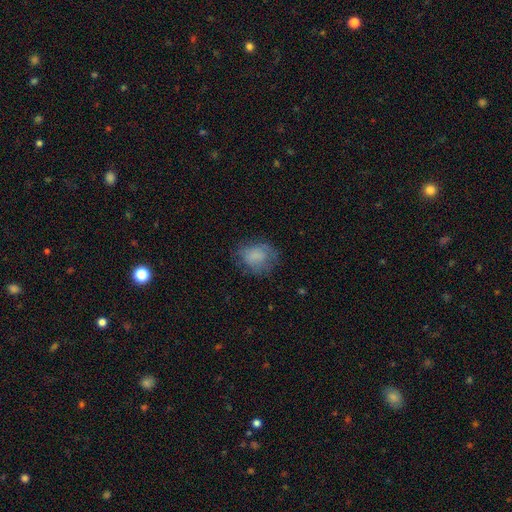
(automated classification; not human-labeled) The model was most divided on "how rounded": round: 51%, in between: 48%, cigar-shaped: 1%. More confident: smooth or featured — smooth (74%); merging — none (62%).